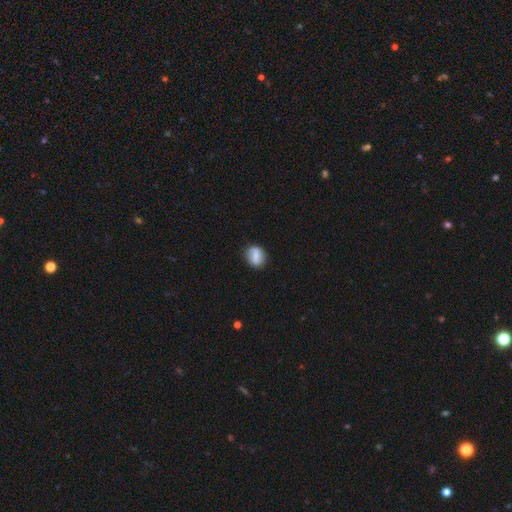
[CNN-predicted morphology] Q: Smooth or featured?
A: smooth (58%); runner-up: featured or disk (34%)
Q: How rounded?
A: round (60%); runner-up: in between (38%)
Q: Merging?
A: none (81%); runner-up: minor disturbance (13%)